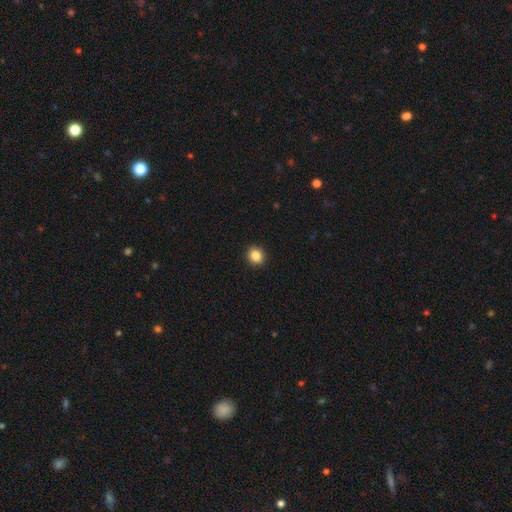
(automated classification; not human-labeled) A smooth galaxy with no disk features (85%) that is round (78%).

Vote fractions:
- Smooth or featured? smooth: 85% / star or artifact: 10% / featured or disk: 4%
- How rounded? round: 78% / in between: 21% / cigar-shaped: 1%
- Merging? none: 92% / minor disturbance: 6% / major disturbance: 2% / merger: 1%